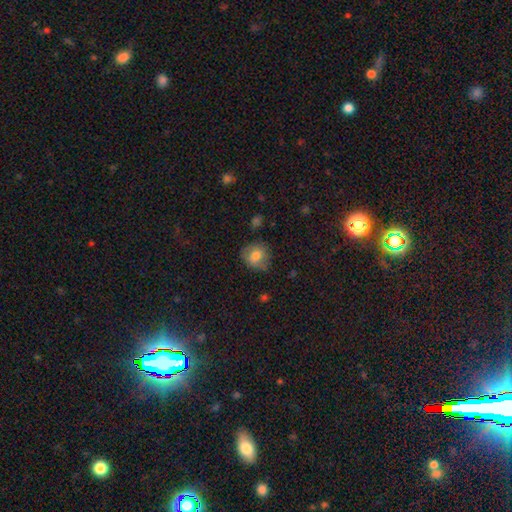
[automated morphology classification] smooth 73%, featured or disk 18%, star or artifact 9%. Down the decision tree: how rounded — round (76%); merging — none (71%).